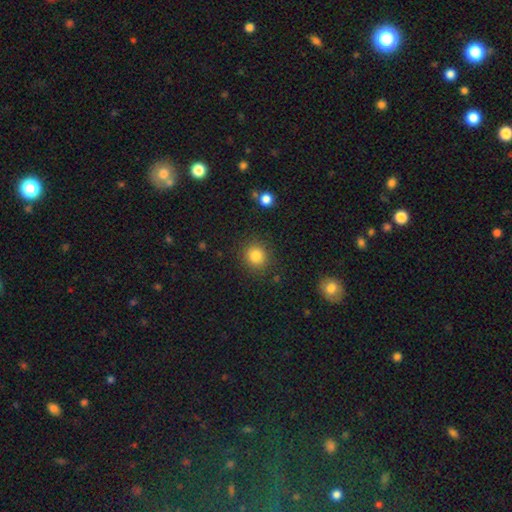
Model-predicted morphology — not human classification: A smooth galaxy with no disk features (84%) that is round (87%). Merging: none (87%).